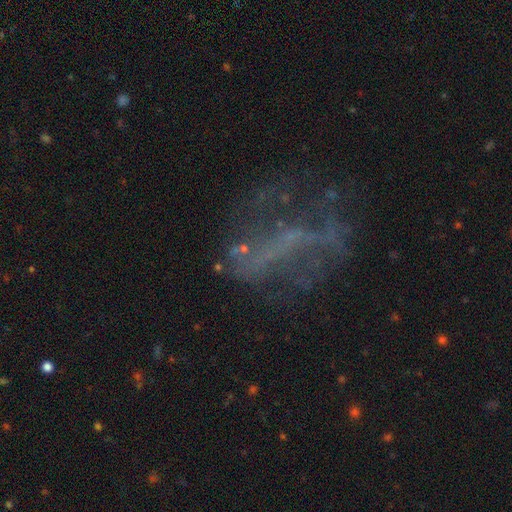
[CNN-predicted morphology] smooth_or_featured: featured or disk (p=0.57) [alt: star or artifact p=0.25]
disk_edge_on: no (p=0.93) [alt: yes p=0.07]
bar: no (p=0.59) [alt: weak p=0.23]
has_spiral_arms: no (p=0.76) [alt: yes p=0.24]
bulge_size: none (p=0.68) [alt: small p=0.24]
merging: none (p=0.49) [alt: major disturbance p=0.29]